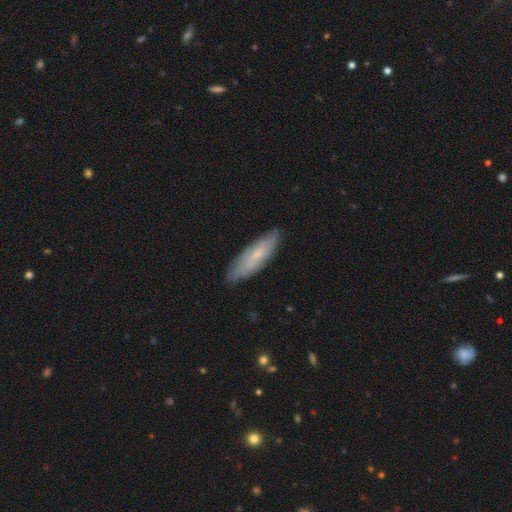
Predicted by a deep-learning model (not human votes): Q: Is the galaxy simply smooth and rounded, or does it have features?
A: smooth — 60%.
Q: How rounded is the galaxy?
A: cigar-shaped — 56%.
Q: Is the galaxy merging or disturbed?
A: none — 80%.